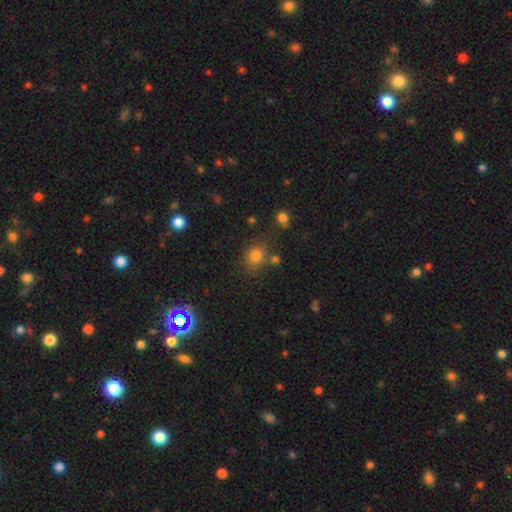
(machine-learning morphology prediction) Smooth or featured?
  - smooth: 77% *
  - star or artifact: 15%
  - featured or disk: 8%
How rounded?
  - round: 56% *
  - in between: 43%
  - cigar-shaped: 1%
Merging?
  - none: 66% *
  - minor disturbance: 16%
  - merger: 12%
  - major disturbance: 6%